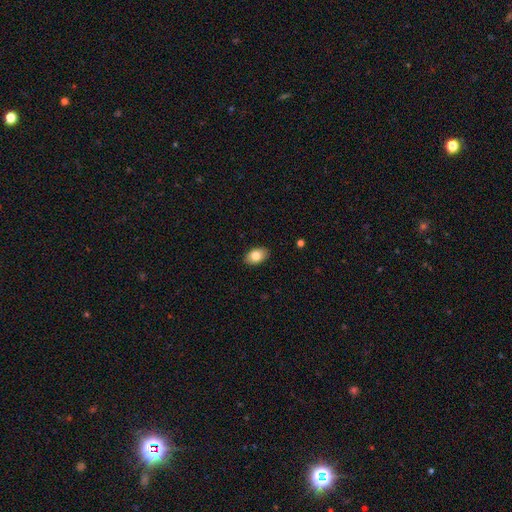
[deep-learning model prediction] Smooth or featured?
  - smooth: 81% *
  - featured or disk: 11%
  - star or artifact: 7%
How rounded?
  - in between: 88% *
  - round: 11%
  - cigar-shaped: 1%
Merging?
  - none: 88% *
  - minor disturbance: 9%
  - major disturbance: 2%
  - merger: 1%